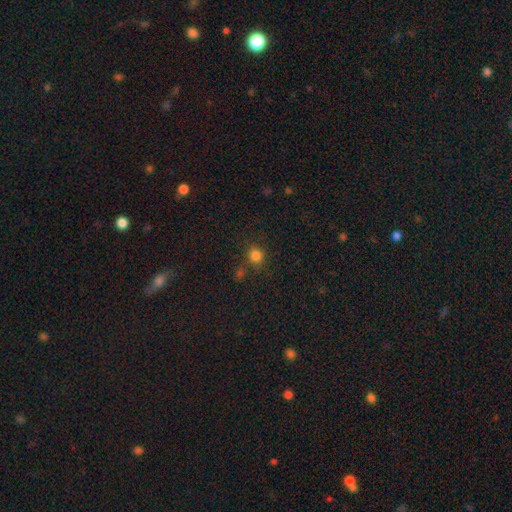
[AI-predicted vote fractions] Smooth or featured: smooth — 79% (star or artifact — 16%)
How rounded: round — 85% (in between — 14%)
Merging: none — 72% (minor disturbance — 12%)